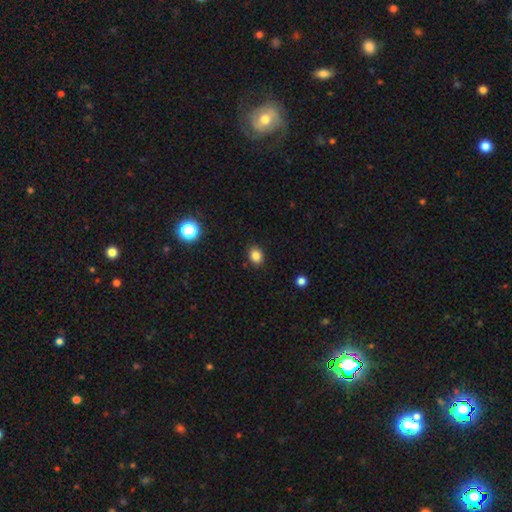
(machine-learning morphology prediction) smooth_or_featured: smooth (p=0.84) [alt: star or artifact p=0.12]
how_rounded: in between (p=0.52) [alt: round p=0.47]
merging: none (p=0.88) [alt: minor disturbance p=0.08]